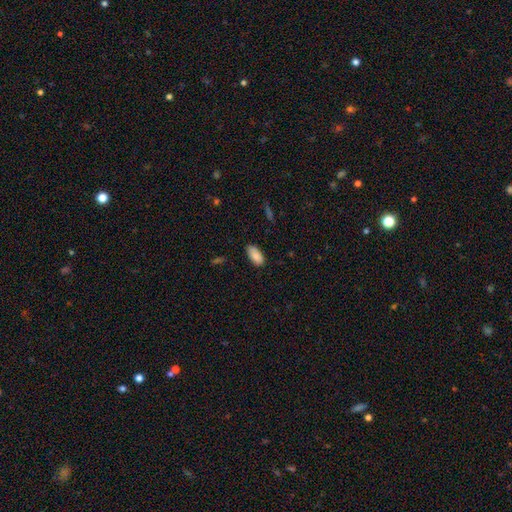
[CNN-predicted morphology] smooth-or-featured: smooth: 88% | star or artifact: 7% | featured or disk: 5%
  how-rounded: in between: 92% | cigar-shaped: 6% | round: 2%
  merging: none: 82% | minor disturbance: 15% | major disturbance: 3% | merger: 1%